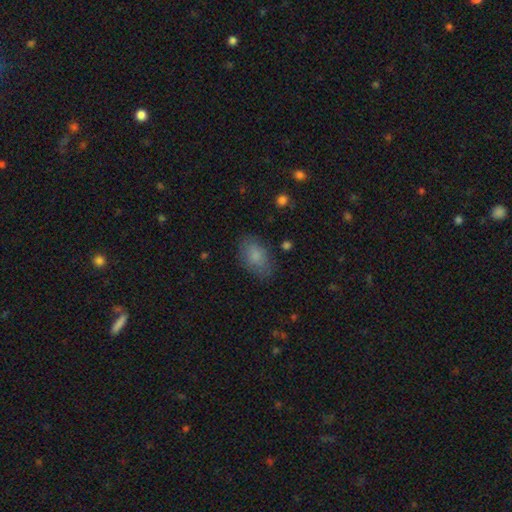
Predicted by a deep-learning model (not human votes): Smooth or featured? Predicted: smooth (p=0.82). How rounded? Predicted: in between (p=0.90). Merging? Predicted: none (p=0.79).